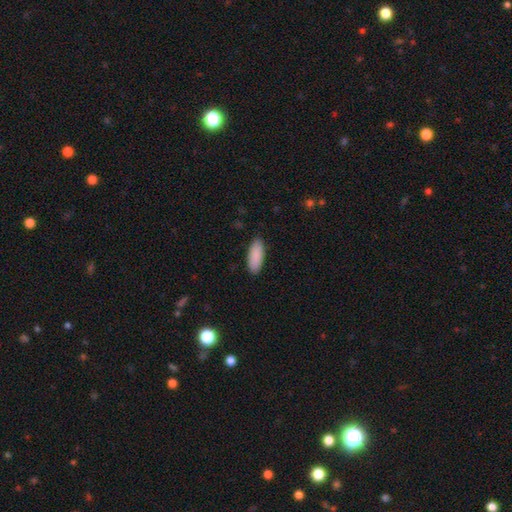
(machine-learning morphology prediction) Smooth or featured?
  - smooth: 90% *
  - star or artifact: 6%
  - featured or disk: 4%
How rounded?
  - in between: 77% *
  - cigar-shaped: 22%
  - round: 2%
Merging?
  - none: 88% *
  - minor disturbance: 9%
  - major disturbance: 2%
  - merger: 1%